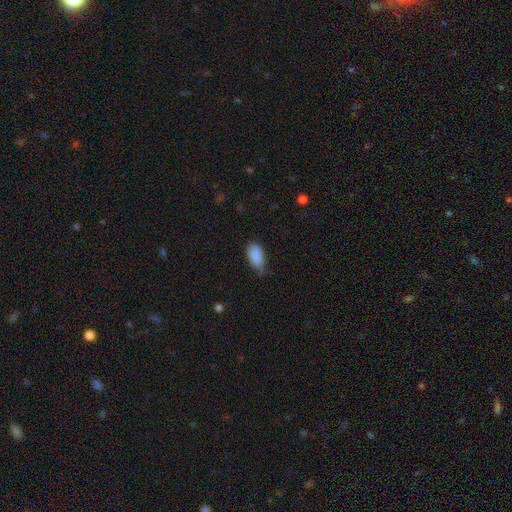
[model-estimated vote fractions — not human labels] This appears to be a smooth galaxy with no disk features (88%) that is in between round and cigar-shaped (93%). Merging: none (51%).